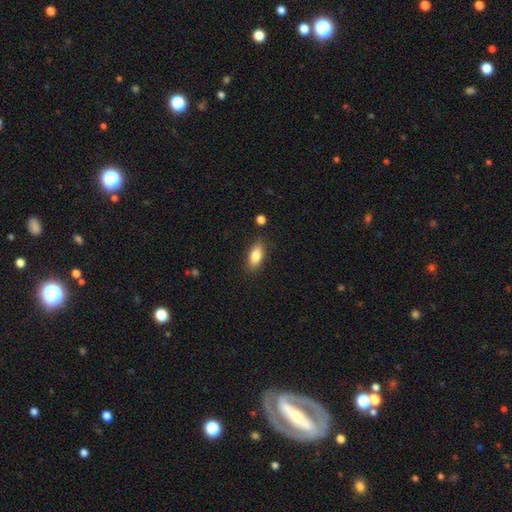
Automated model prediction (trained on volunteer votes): Smooth or featured? smooth (83%)
How rounded? in between (86%)
Merging? none (83%)